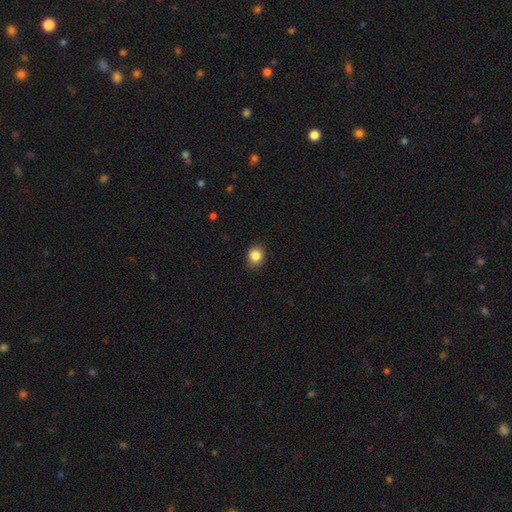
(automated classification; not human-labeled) The model was most divided on "how rounded": round: 72%, in between: 27%, cigar-shaped: 1%. More confident: smooth or featured — smooth (86%); merging — none (85%).